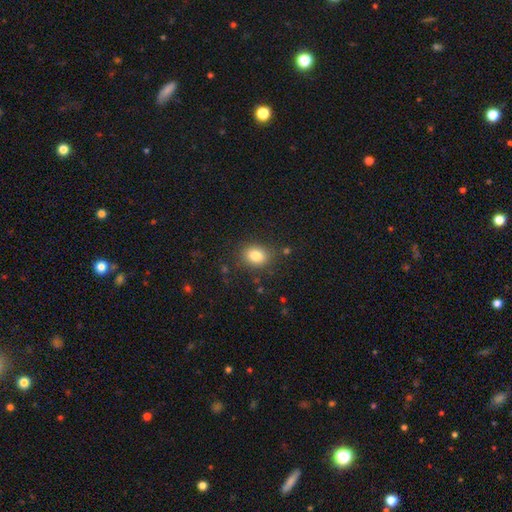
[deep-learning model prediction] Overall: smooth (82%). How rounded: in between (54%; round 45%). Merging: none (83%).